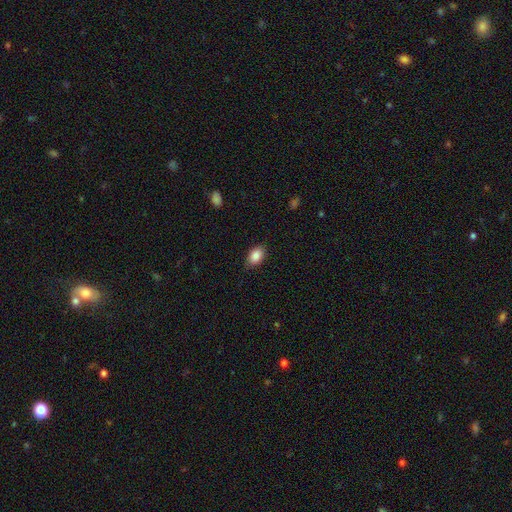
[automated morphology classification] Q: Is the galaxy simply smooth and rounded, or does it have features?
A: smooth — 86%.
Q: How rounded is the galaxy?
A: in between — 87%.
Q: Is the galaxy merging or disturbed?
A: none — 85%.